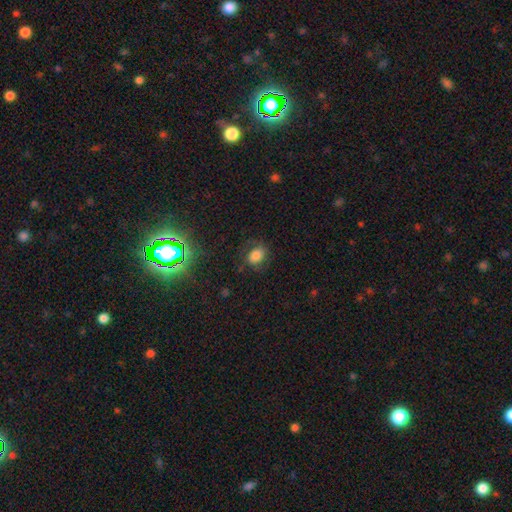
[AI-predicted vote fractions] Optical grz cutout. It shows a smooth galaxy with no disk features (75%) that is in between round and cigar-shaped (66%). Merging: none (73%).